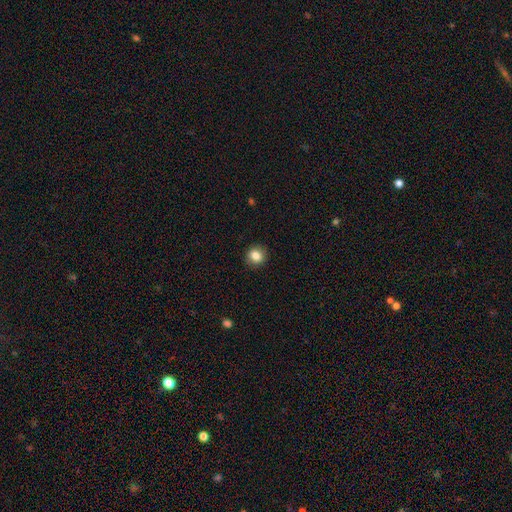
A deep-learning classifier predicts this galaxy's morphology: smooth_or_featured: smooth (p=0.84) [alt: star or artifact p=0.10]
how_rounded: round (p=0.85) [alt: in between p=0.14]
merging: none (p=0.91) [alt: minor disturbance p=0.07]